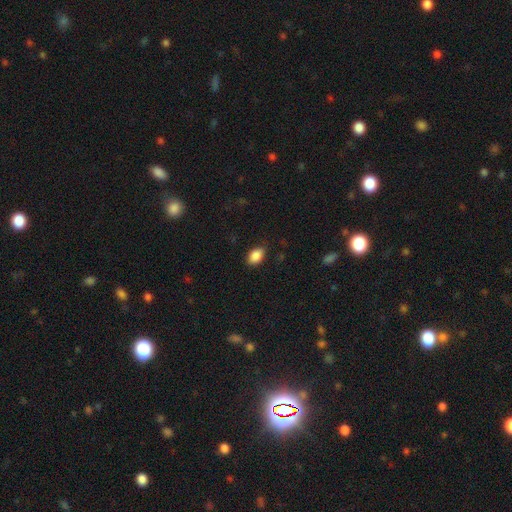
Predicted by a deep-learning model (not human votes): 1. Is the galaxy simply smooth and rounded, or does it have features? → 88% smooth, 8% star or artifact, 4% featured or disk.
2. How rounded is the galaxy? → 86% in between, 13% round, 1% cigar-shaped.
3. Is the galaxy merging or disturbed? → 81% none, 15% minor disturbance, 3% major disturbance, 1% merger.